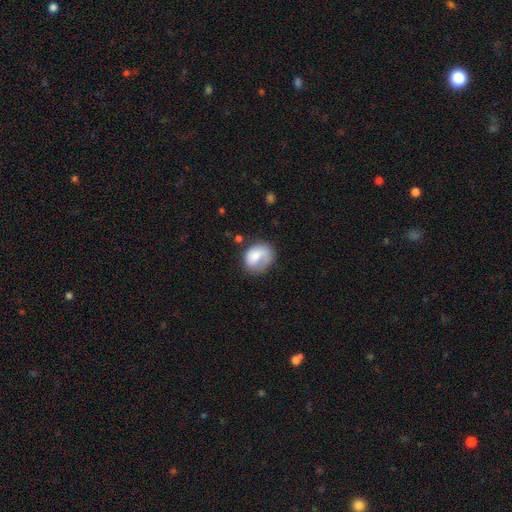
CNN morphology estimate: A smooth galaxy with no disk features (65%) that is round (53%). Merging: none (51%).